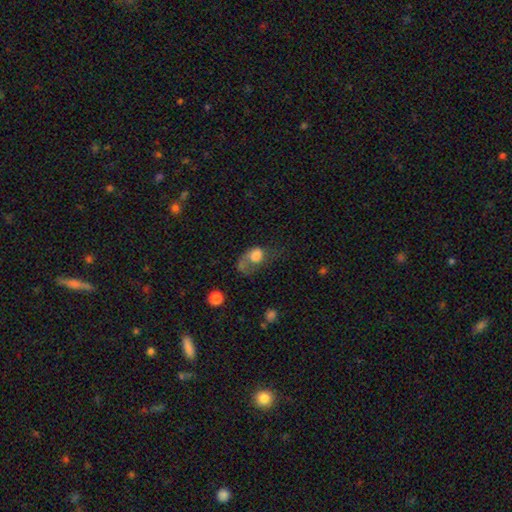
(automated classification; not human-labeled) smooth-or-featured: smooth: 60% | featured or disk: 30% | star or artifact: 11%
  how-rounded: in between: 62% | round: 36% | cigar-shaped: 2%
  merging: major disturbance: 54% | none: 21% | minor disturbance: 16% | merger: 8%